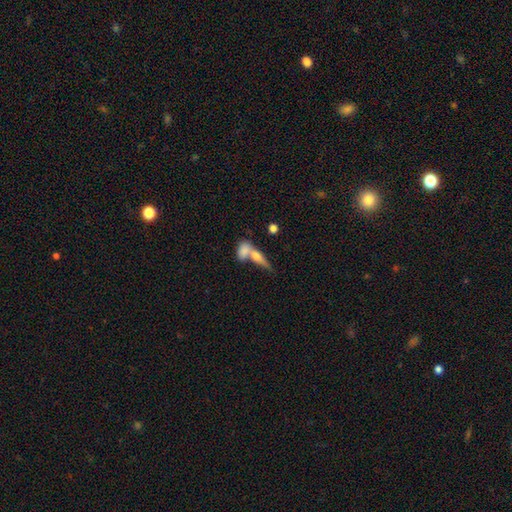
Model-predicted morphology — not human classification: The model was most divided on "how rounded": in between: 55%, cigar-shaped: 37%, round: 9%. More confident: smooth or featured — smooth (64%); merging — merger (57%).